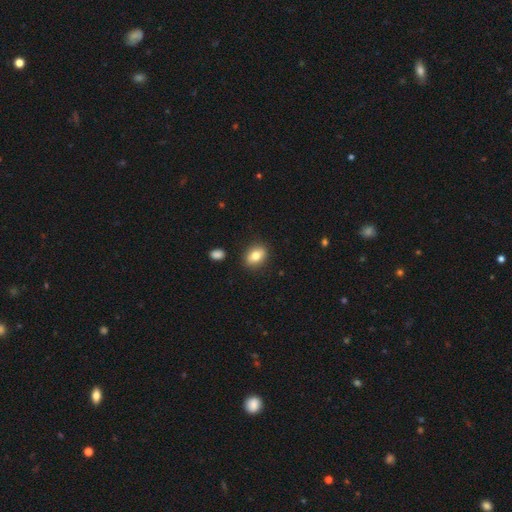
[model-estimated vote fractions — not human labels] smooth-or-featured: smooth: 78% | featured or disk: 14% | star or artifact: 8%
  how-rounded: in between: 73% | round: 24% | cigar-shaped: 2%
  merging: none: 87% | minor disturbance: 9% | major disturbance: 2% | merger: 2%